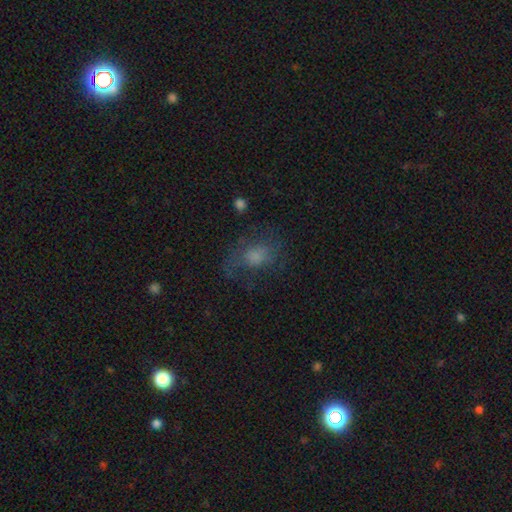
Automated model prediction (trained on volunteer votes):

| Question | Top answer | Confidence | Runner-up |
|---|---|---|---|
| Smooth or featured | smooth | 53% | featured or disk (33%) |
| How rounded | in between | 63% | round (35%) |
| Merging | none | 51% | major disturbance (26%) |